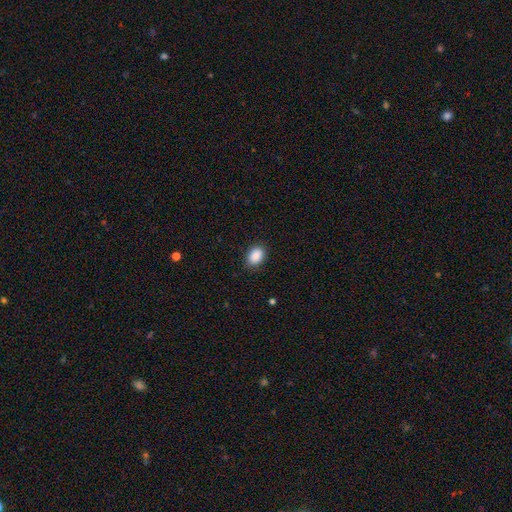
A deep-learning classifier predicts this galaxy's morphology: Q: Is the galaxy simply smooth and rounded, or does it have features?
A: smooth — 90%.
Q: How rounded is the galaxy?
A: in between — 78%.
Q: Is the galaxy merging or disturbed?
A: none — 86%.